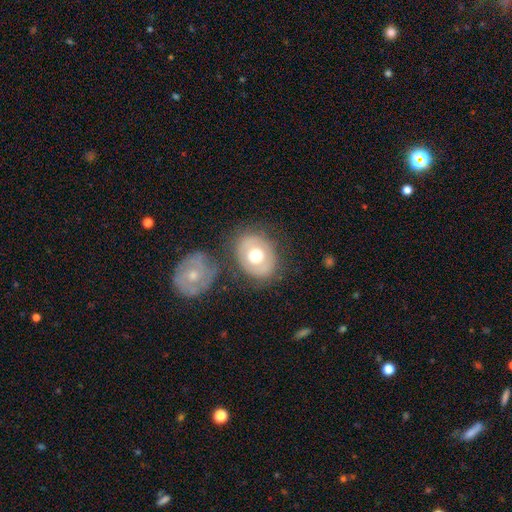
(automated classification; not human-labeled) This appears to be a smooth galaxy with no disk features (55%) that is round (59%). Merging: none (71%).